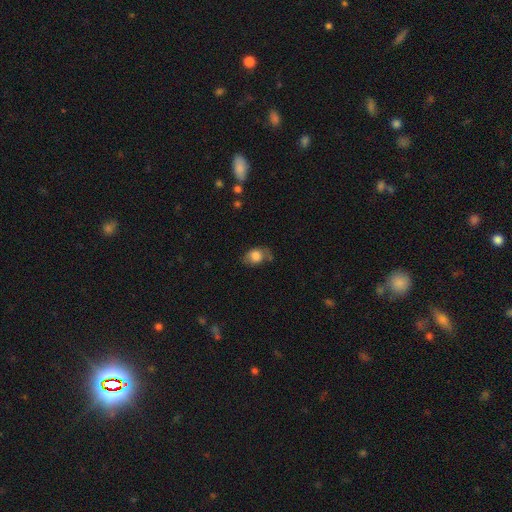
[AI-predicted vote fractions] smooth_or_featured: smooth (p=0.75) [alt: featured or disk p=0.17]
how_rounded: in between (p=0.73) [alt: round p=0.26]
merging: none (p=0.55) [alt: minor disturbance p=0.29]